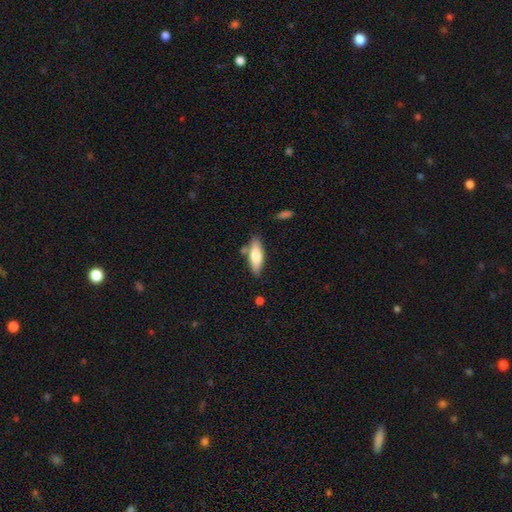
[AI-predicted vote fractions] Smooth or featured: smooth — 71% (featured or disk — 23%)
How rounded: in between — 56% (cigar-shaped — 42%)
Merging: none — 75% (minor disturbance — 15%)